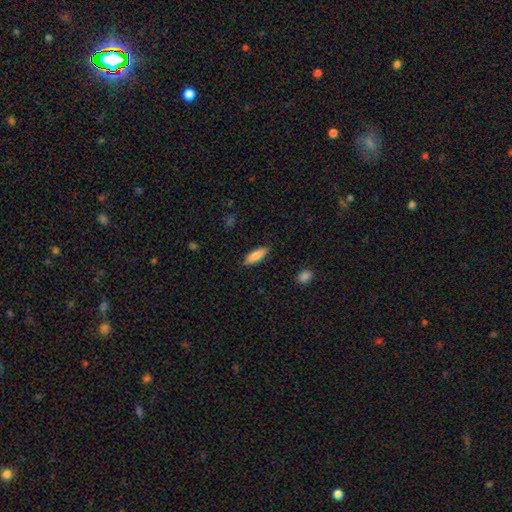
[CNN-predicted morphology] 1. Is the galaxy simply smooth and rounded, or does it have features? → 81% smooth, 12% featured or disk, 6% star or artifact.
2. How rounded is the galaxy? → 53% in between, 45% cigar-shaped, 2% round.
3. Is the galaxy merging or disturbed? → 86% none, 11% minor disturbance, 2% major disturbance, 1% merger.